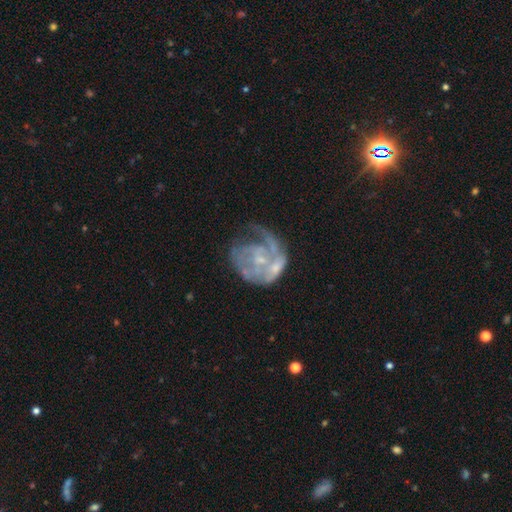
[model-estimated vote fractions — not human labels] Morphology: type=featured or disk (76%); edge-on=no (98%); bar=no (74%); spiral arms=yes (63%); bulge=small (50%); merging=major disturbance (39%).